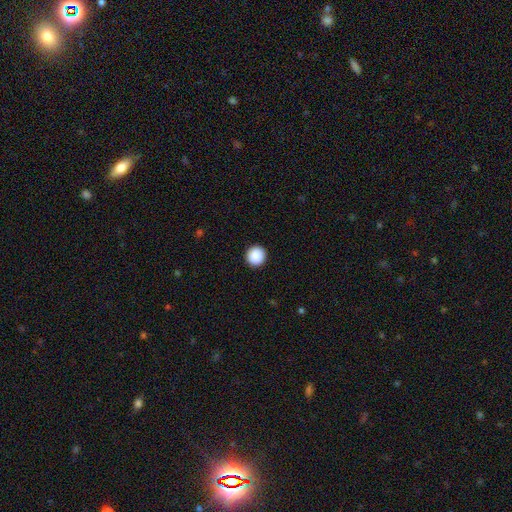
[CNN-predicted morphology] This is clearly a smooth galaxy (90%). How rounded: clearly round (95%). Merging: clearly none (93%).